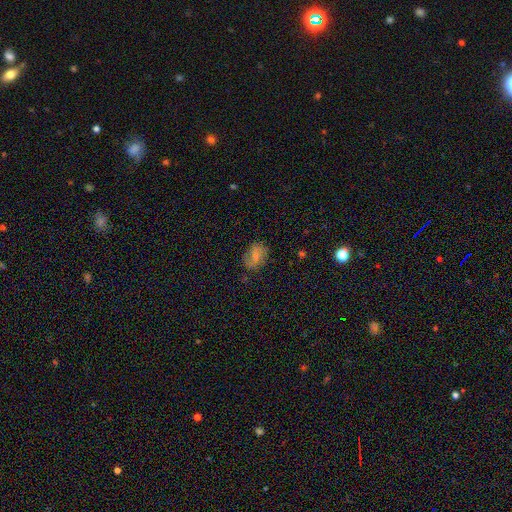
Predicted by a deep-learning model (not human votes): Smooth or featured: smooth — 50% (featured or disk — 40%)
How rounded: in between — 71% (round — 27%)
Merging: none — 72% (minor disturbance — 19%)